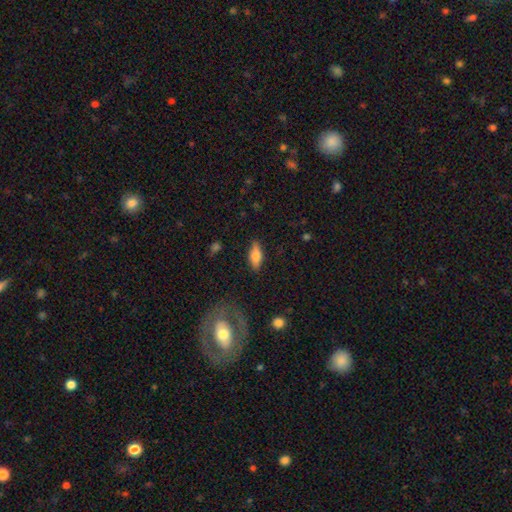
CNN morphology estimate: smooth-or-featured: smooth: 66% | featured or disk: 27% | star or artifact: 7%
  how-rounded: in between: 69% | cigar-shaped: 28% | round: 3%
  merging: none: 85% | minor disturbance: 11% | major disturbance: 3% | merger: 1%